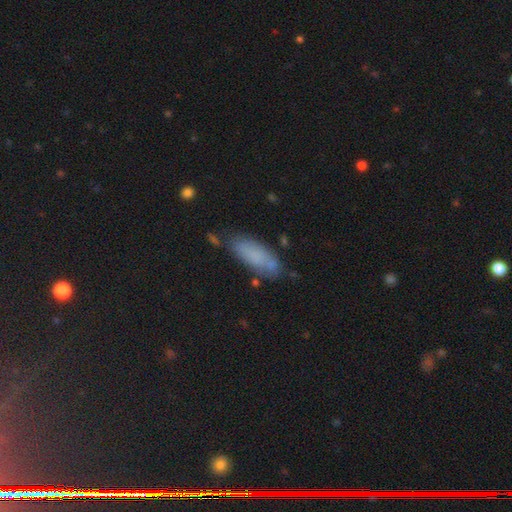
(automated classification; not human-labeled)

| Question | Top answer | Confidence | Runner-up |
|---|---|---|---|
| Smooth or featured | smooth | 75% | featured or disk (16%) |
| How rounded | in between | 66% | cigar-shaped (32%) |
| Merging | none | 69% | minor disturbance (19%) |